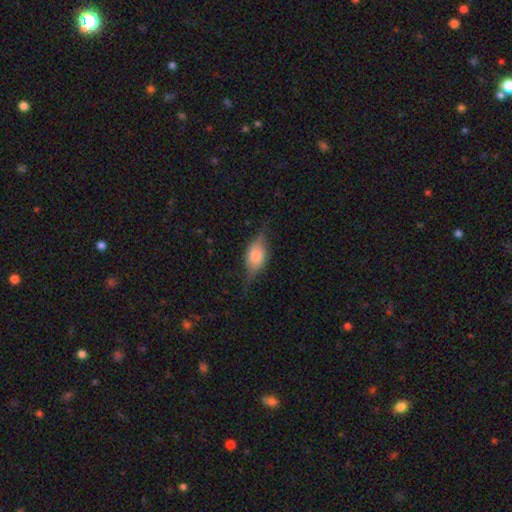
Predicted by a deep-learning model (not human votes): Smooth or featured: featured or disk — 49% (smooth — 42%)
Merging: none — 62% (minor disturbance — 25%)